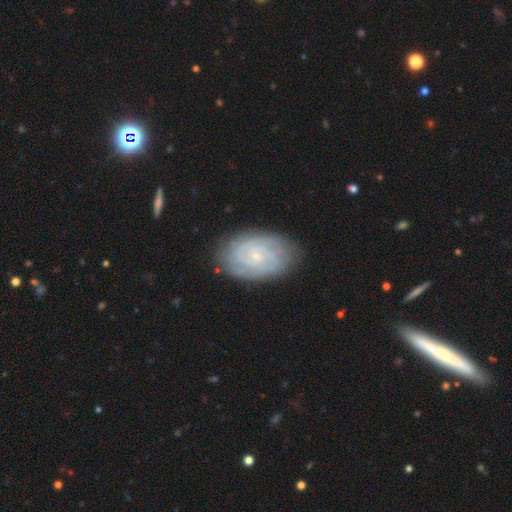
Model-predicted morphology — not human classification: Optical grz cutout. It shows a featured or disk galaxy (76%) with no bar (77%), tight (77%) spiral arms (93%) and a small central bulge (84%). Merging: none (81%).